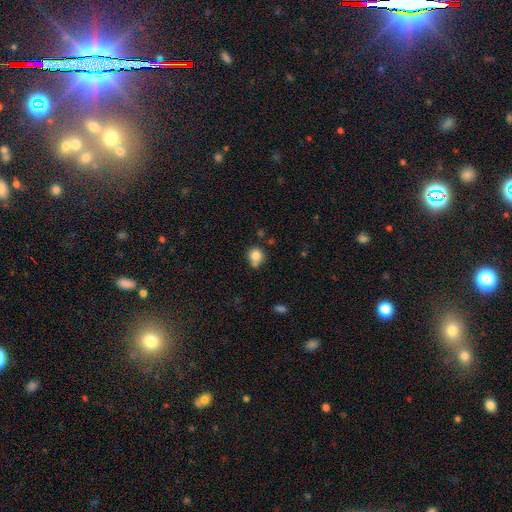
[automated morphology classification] Smooth or featured? smooth (82%)
How rounded? round (83%)
Merging? none (58%)